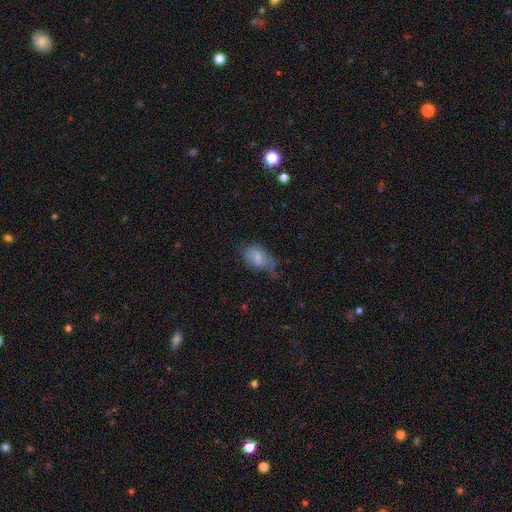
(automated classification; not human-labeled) smooth-or-featured: smooth: 62% | featured or disk: 28% | star or artifact: 11%
  how-rounded: in between: 86% | round: 12% | cigar-shaped: 2%
  merging: minor disturbance: 36% | none: 35% | major disturbance: 27% | merger: 3%